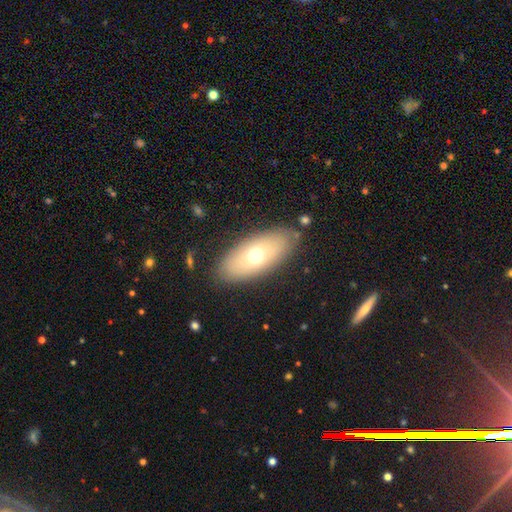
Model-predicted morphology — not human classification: A smooth galaxy with no disk features (63%) that is in between round and cigar-shaped (85%).

Vote fractions:
- Smooth or featured? smooth: 63% / featured or disk: 29% / star or artifact: 8%
- How rounded? in between: 85% / cigar-shaped: 11% / round: 4%
- Merging? none: 82% / minor disturbance: 12% / major disturbance: 4% / merger: 2%